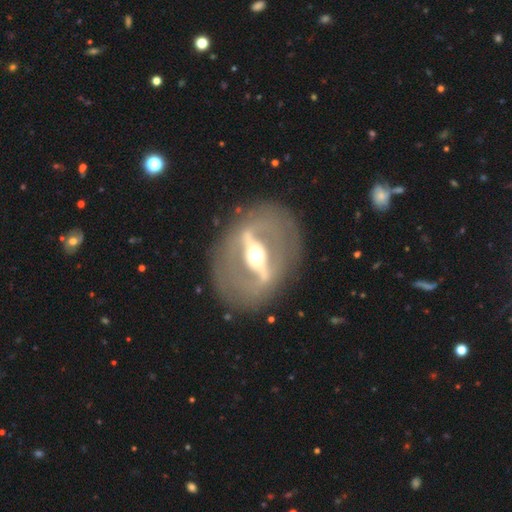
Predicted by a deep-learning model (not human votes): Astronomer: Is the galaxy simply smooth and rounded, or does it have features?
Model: featured or disk — 86%.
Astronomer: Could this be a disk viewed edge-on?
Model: no — 69%.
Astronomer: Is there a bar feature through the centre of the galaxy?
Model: strong — 87%.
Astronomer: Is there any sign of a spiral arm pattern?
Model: no — 72%.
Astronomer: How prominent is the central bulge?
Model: moderate — 69%.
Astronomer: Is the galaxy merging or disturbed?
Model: none — 83%.